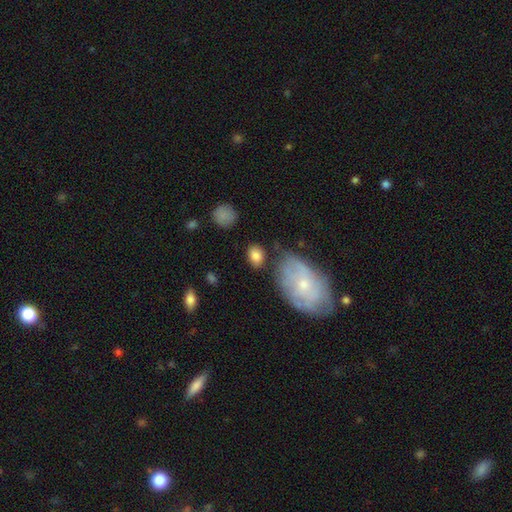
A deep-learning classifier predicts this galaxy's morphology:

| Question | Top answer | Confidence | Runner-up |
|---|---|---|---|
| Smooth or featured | smooth | 83% | featured or disk (10%) |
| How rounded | in between | 70% | round (28%) |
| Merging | none | 72% | minor disturbance (16%) |